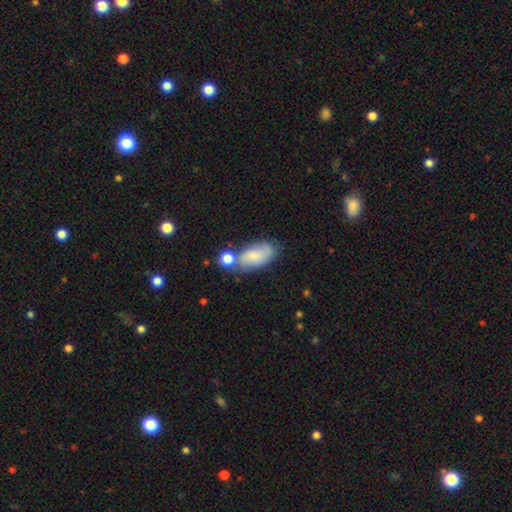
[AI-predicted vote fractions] smooth_or_featured: smooth (p=0.71) [alt: featured or disk p=0.21]
how_rounded: in between (p=0.90) [alt: cigar-shaped p=0.05]
merging: none (p=0.49) [alt: merger p=0.24]